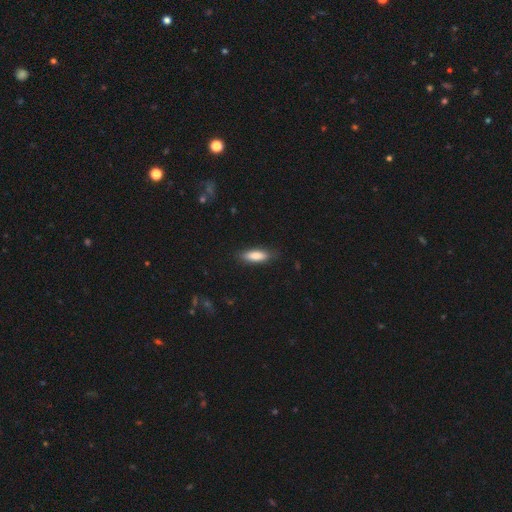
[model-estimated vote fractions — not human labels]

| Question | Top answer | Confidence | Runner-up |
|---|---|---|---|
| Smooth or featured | smooth | 83% | featured or disk (11%) |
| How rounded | in between | 58% | cigar-shaped (40%) |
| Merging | none | 83% | minor disturbance (13%) |